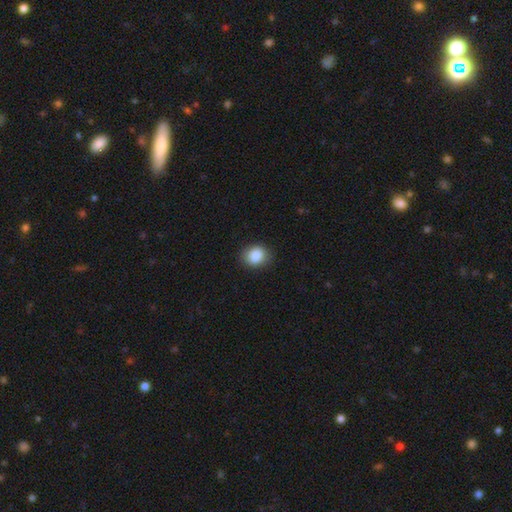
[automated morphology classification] smooth-or-featured: smooth: 87% | star or artifact: 8% | featured or disk: 4%
  how-rounded: round: 59% | in between: 40% | cigar-shaped: 1%
  merging: none: 86% | minor disturbance: 11% | major disturbance: 2% | merger: 1%